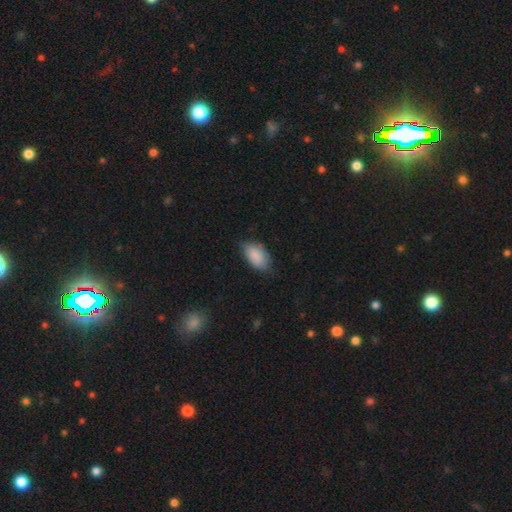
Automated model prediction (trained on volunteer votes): This is clearly a smooth galaxy (87%). How rounded: clearly in between (93%). Merging: likely none (62%).